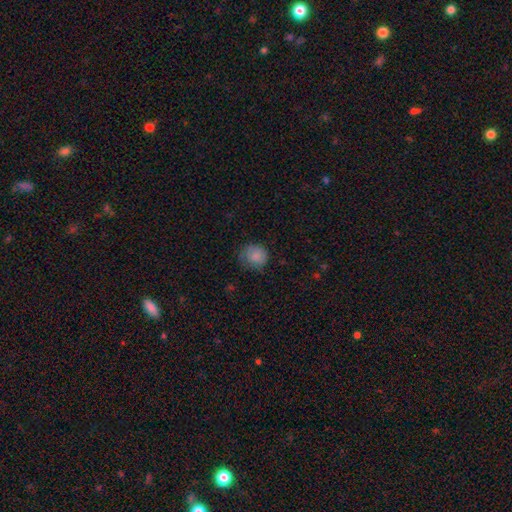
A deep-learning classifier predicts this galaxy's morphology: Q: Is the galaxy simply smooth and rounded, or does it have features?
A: smooth — 84%.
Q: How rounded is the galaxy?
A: round — 84%.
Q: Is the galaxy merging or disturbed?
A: none — 67%.